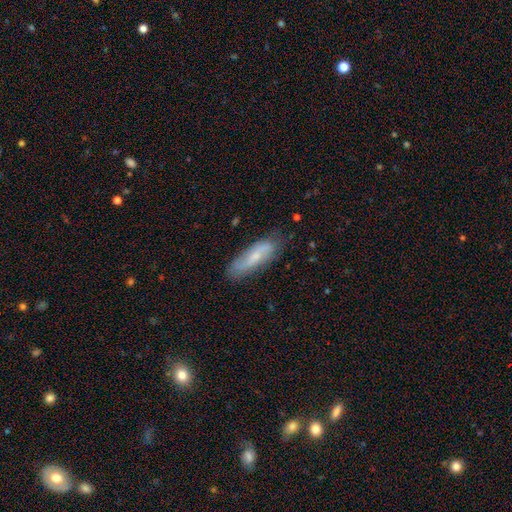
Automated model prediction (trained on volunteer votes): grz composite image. It shows a featured or disk galaxy (48%). Merging: none (77%).